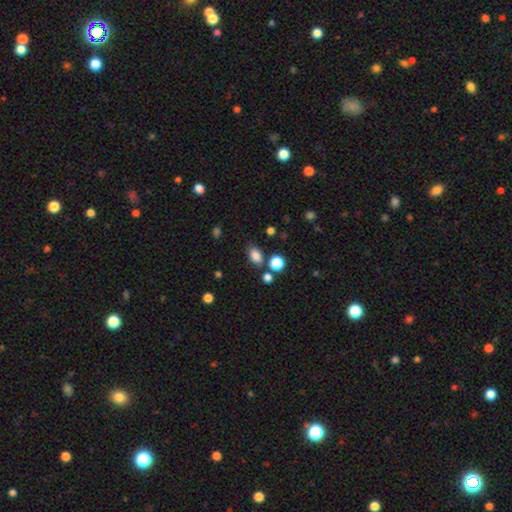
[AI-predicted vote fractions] The model was most divided on "how rounded": in between: 77%, round: 22%, cigar-shaped: 1%. More confident: smooth or featured — smooth (83%); merging — none (74%).